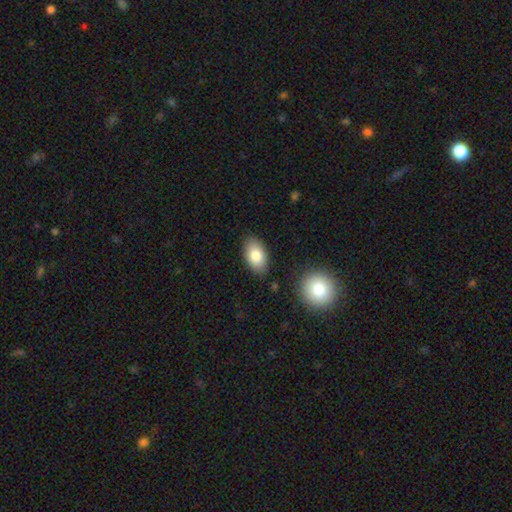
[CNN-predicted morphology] Smooth or featured: smooth — 81% (featured or disk — 12%)
How rounded: in between — 92% (round — 6%)
Merging: none — 84% (minor disturbance — 11%)